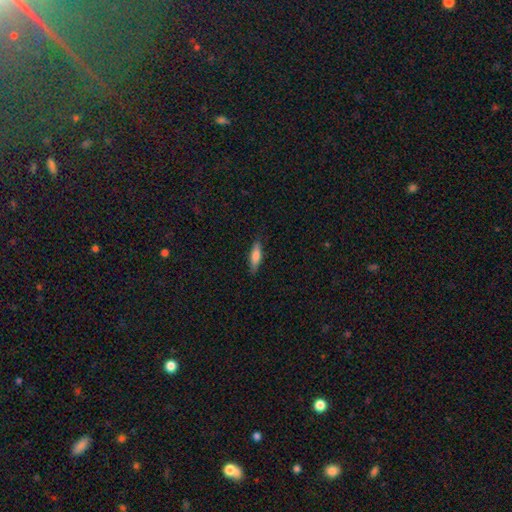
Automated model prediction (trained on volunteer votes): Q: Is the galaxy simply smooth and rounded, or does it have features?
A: smooth — 74%.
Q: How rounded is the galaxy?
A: cigar-shaped — 59%.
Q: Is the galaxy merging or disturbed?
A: none — 85%.